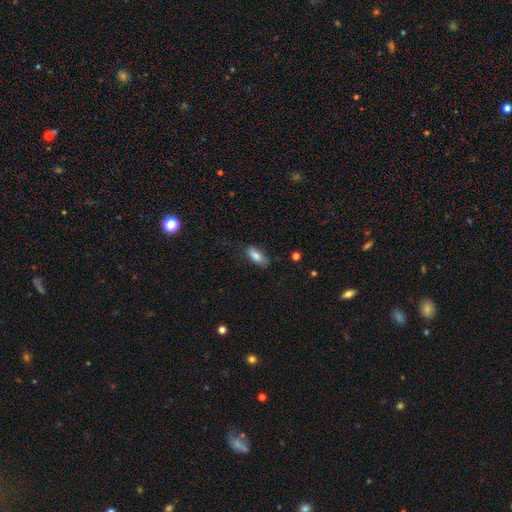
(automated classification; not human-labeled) This is clearly a smooth galaxy (82%). How rounded: clearly in between (81%). Merging: likely none (75%).